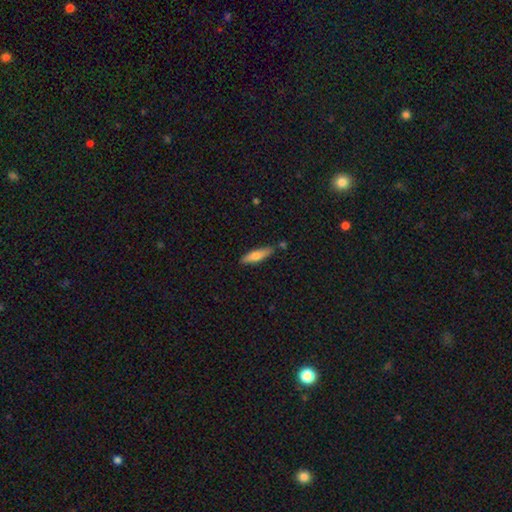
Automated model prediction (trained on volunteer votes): Smooth or featured?
  - smooth: 66% *
  - featured or disk: 28%
  - star or artifact: 6%
How rounded?
  - cigar-shaped: 67% *
  - in between: 31%
  - round: 2%
Merging?
  - none: 79% *
  - minor disturbance: 14%
  - merger: 5%
  - major disturbance: 2%